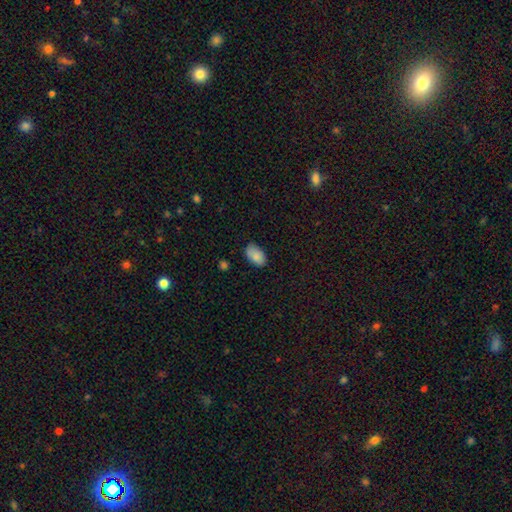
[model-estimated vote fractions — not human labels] This is clearly a smooth galaxy (86%). How rounded: clearly in between (94%). Merging: likely none (80%).